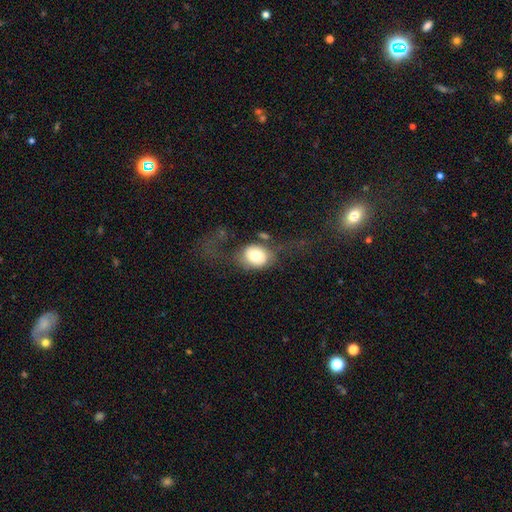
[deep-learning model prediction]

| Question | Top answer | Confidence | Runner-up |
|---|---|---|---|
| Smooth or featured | smooth | 64% | featured or disk (28%) |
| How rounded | round | 59% | in between (40%) |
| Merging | major disturbance | 43% | none (34%) |